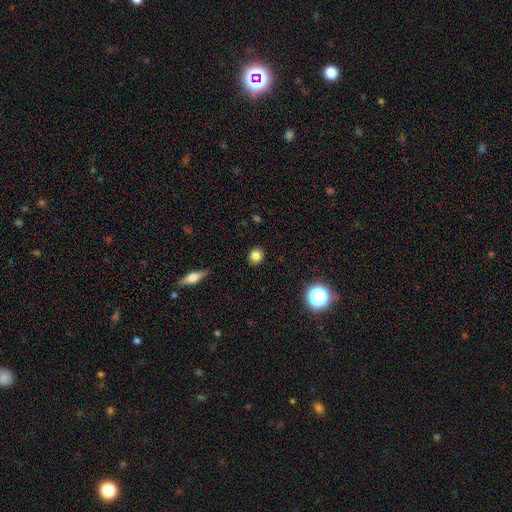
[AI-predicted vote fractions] A smooth galaxy with no disk features (81%) that is round (80%). Merging: none (90%).